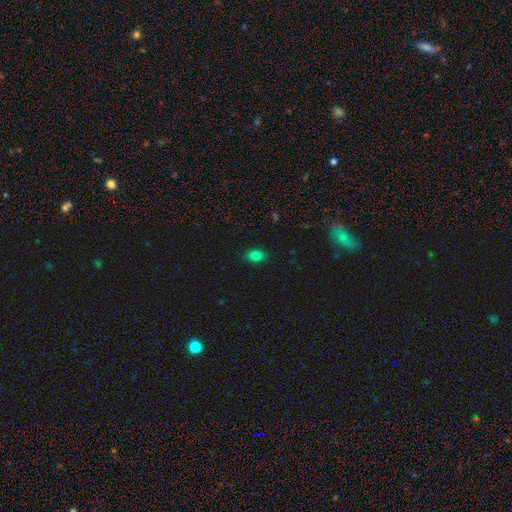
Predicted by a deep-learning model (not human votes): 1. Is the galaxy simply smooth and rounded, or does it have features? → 81% smooth, 13% star or artifact, 6% featured or disk.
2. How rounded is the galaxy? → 80% in between, 18% round, 2% cigar-shaped.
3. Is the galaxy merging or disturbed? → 87% none, 10% minor disturbance, 2% major disturbance, 1% merger.